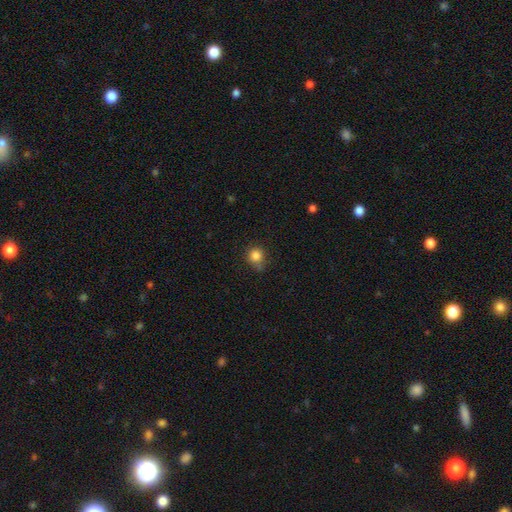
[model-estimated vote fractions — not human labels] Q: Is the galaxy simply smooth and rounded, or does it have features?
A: smooth — 84%.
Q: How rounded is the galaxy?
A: round — 83%.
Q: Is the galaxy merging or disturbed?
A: none — 63%.